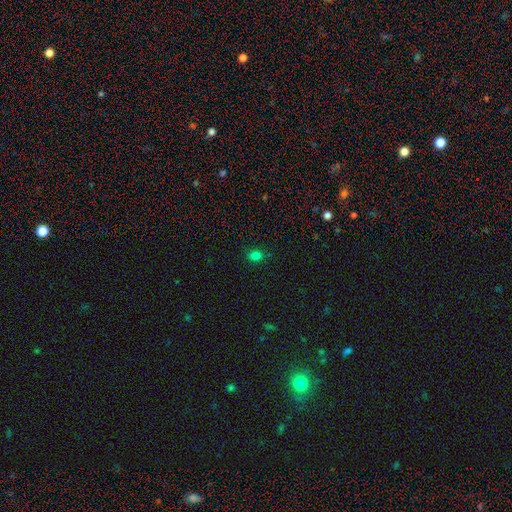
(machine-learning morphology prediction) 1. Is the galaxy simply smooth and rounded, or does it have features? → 78% smooth, 18% star or artifact, 4% featured or disk.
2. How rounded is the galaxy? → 51% round, 48% in between, 1% cigar-shaped.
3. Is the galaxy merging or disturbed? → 83% none, 13% minor disturbance, 3% major disturbance, 1% merger.